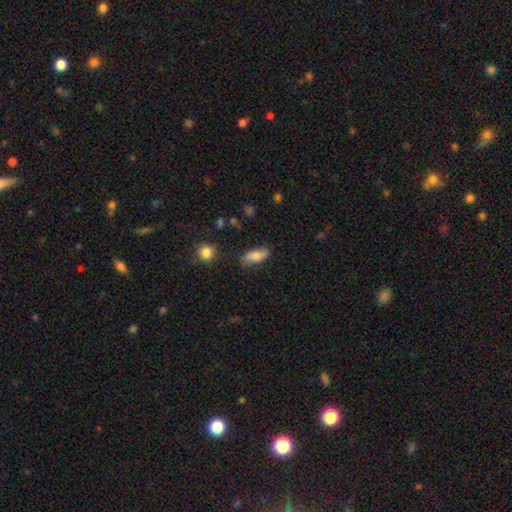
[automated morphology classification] A smooth galaxy with no disk features (68%) that is in between round and cigar-shaped (79%). Merging: none (74%).